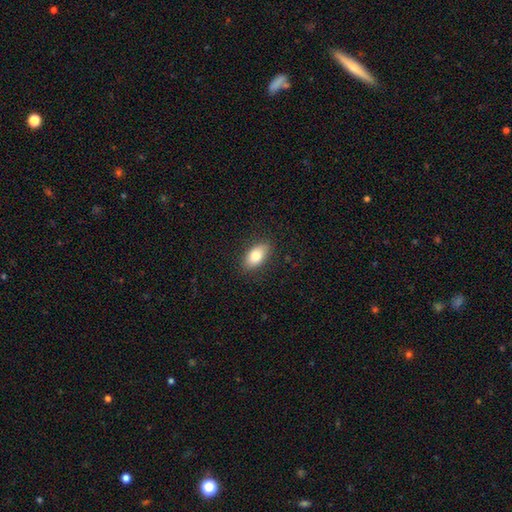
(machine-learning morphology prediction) Q: Smooth or featured?
A: smooth (82%); runner-up: featured or disk (11%)
Q: How rounded?
A: in between (91%); runner-up: round (5%)
Q: Merging?
A: none (86%); runner-up: minor disturbance (10%)